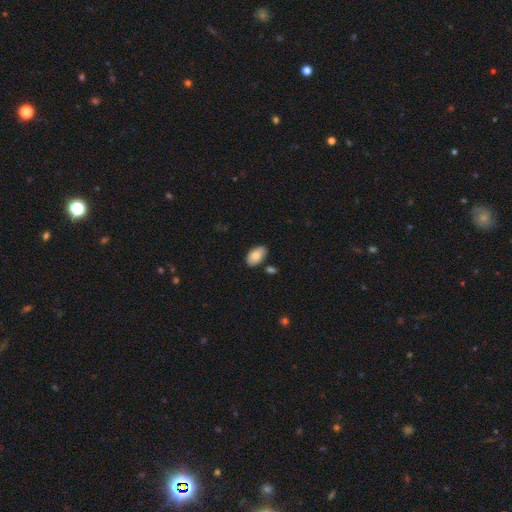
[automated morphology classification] smooth 85%, featured or disk 8%, star or artifact 7%. Down the decision tree: how rounded — in between (94%); merging — none (77%).